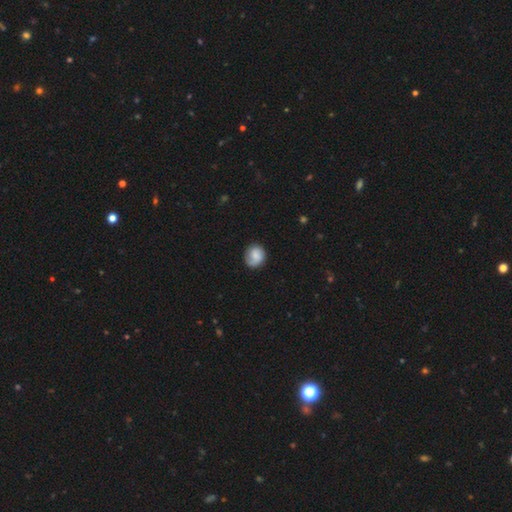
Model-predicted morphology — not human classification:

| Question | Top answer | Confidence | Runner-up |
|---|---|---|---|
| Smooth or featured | smooth | 68% | featured or disk (25%) |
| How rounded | round | 77% | in between (22%) |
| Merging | none | 77% | minor disturbance (17%) |